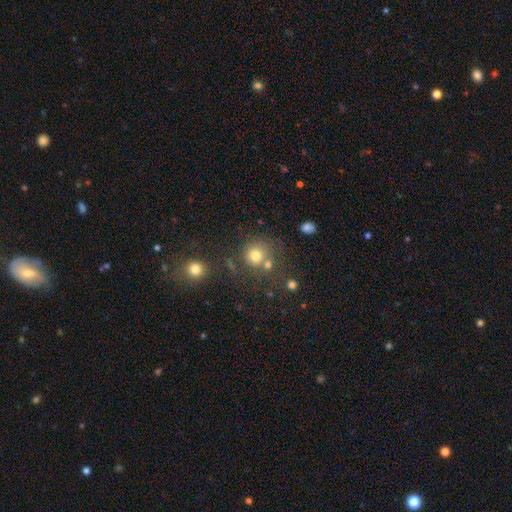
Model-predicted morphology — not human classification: smooth 75%, star or artifact 15%, featured or disk 10%. Down the decision tree: how rounded — round (88%); merging — none (62%).